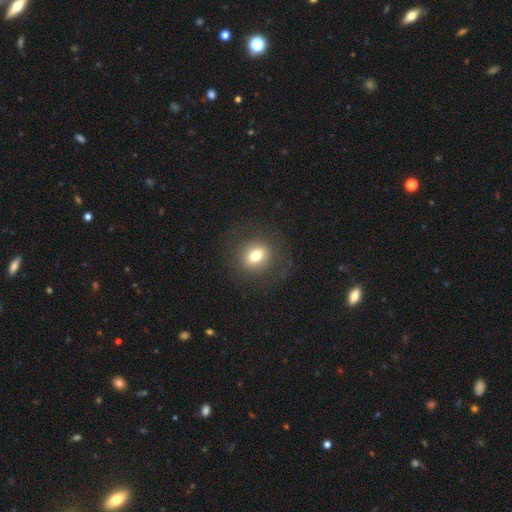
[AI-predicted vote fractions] This is likely a smooth galaxy (70%). How rounded: likely round (69%). Merging: clearly none (83%).